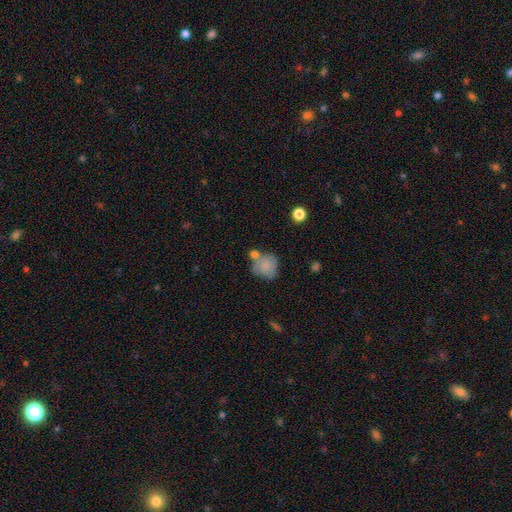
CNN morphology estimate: Smooth or featured?
  - smooth: 73% *
  - featured or disk: 17%
  - star or artifact: 10%
How rounded?
  - round: 76% *
  - in between: 23%
  - cigar-shaped: 1%
Merging?
  - none: 47% *
  - merger: 23%
  - minor disturbance: 20%
  - major disturbance: 9%